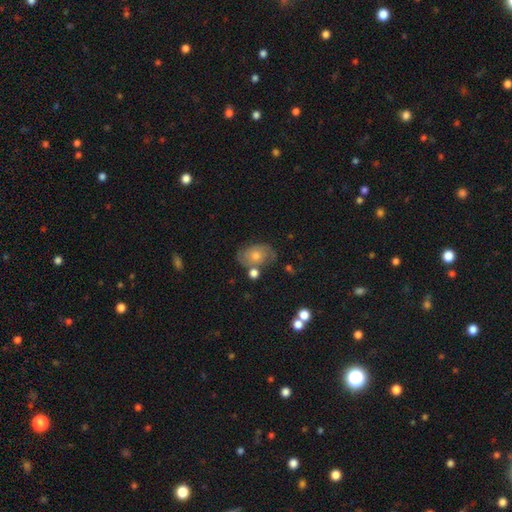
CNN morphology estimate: A featured or disk galaxy (58%) with no bar (83%), spiral arms (78%) and a moderate central bulge (60%).

Vote fractions:
- Smooth or featured? featured or disk: 58% / smooth: 30% / star or artifact: 12%
- Edge-on disk? no: 96% / yes: 4%
- Bar? no: 83% / weak: 15% / strong: 3%
- Spiral arms? yes: 78% / no: 22%
- Bulge size? moderate: 60% / small: 31% / large: 5% / none: 2% / dominant: 1%
- Merging? none: 68% / minor disturbance: 18% / major disturbance: 7% / merger: 7%